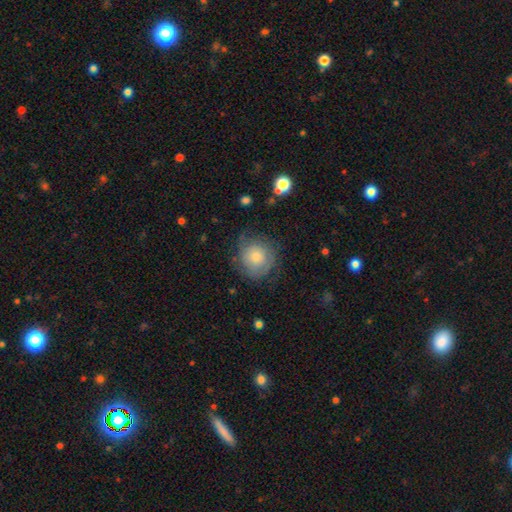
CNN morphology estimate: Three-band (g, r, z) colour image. It shows a smooth galaxy with no disk features (47%). Merging: none (74%).